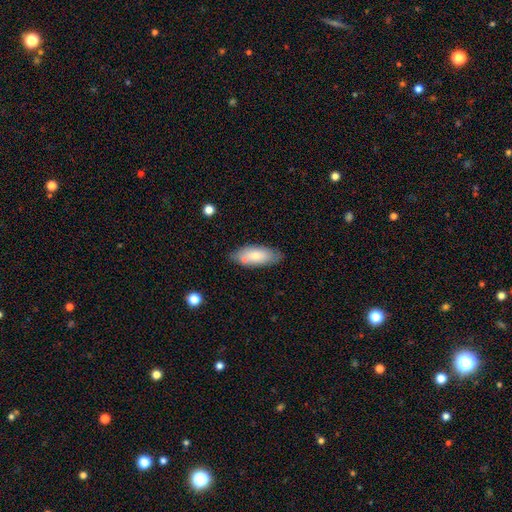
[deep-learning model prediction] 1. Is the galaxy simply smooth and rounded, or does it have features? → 73% smooth, 20% featured or disk, 6% star or artifact.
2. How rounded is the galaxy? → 84% in between, 14% cigar-shaped, 2% round.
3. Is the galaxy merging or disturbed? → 71% none, 18% minor disturbance, 8% merger, 4% major disturbance.